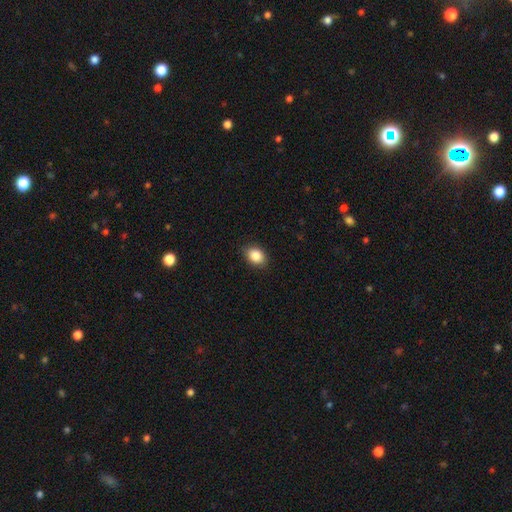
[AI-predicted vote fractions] This appears to be a smooth galaxy with no disk features (86%) that is in between round and cigar-shaped (69%). Merging: none (87%).